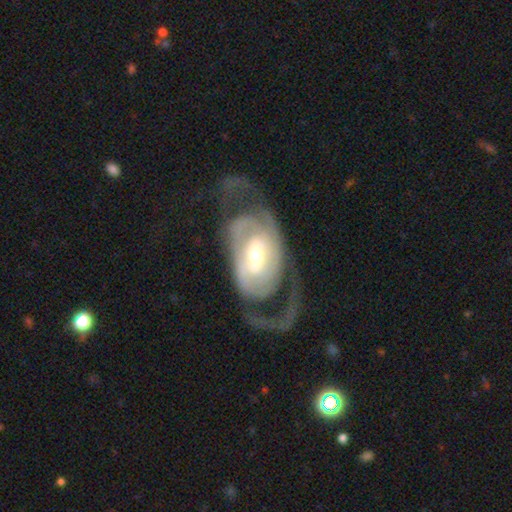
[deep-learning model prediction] Smooth or featured? Predicted: featured or disk (p=0.82). Edge-on disk? Predicted: no (p=0.94). Bar? Predicted: weak (p=0.43). Spiral arms? Predicted: yes (p=0.84). Spiral winding? Predicted: medium (p=0.38). Spiral arm count? Predicted: 2 (p=0.61). Bulge size? Predicted: moderate (p=0.55). Merging? Predicted: none (p=0.43).